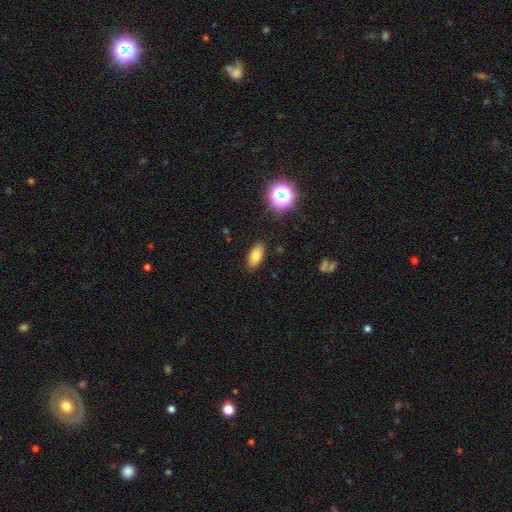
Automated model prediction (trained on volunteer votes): Overall: smooth (79%). How rounded: in between (87%). Merging: none (86%).